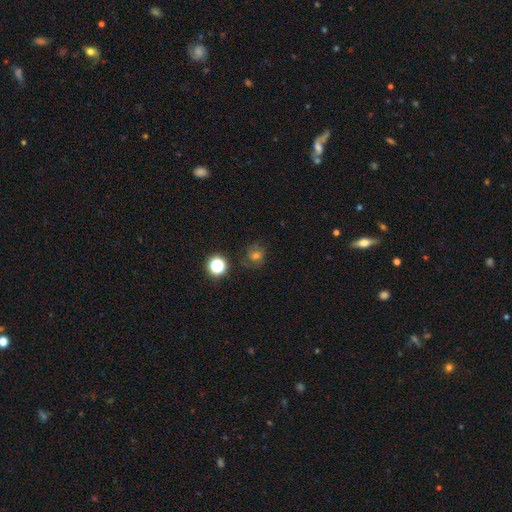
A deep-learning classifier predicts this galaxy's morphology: The model was most divided on "smooth or featured": smooth: 52%, star or artifact: 25%, featured or disk: 23%. More confident: how rounded — round (79%); merging — none (71%).